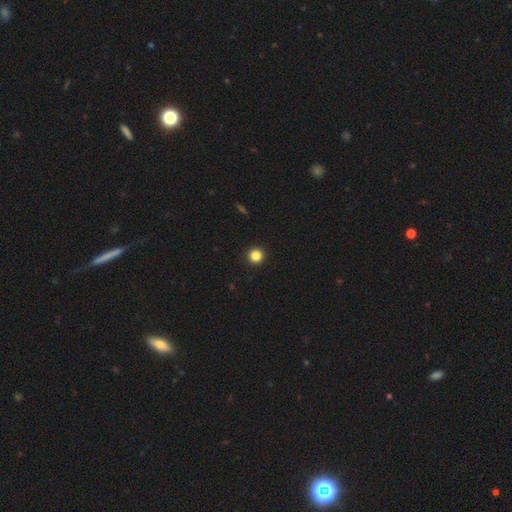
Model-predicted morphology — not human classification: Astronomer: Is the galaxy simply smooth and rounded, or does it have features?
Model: smooth — 84%.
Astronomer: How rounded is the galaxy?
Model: round — 96%.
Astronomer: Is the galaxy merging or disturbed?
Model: none — 94%.